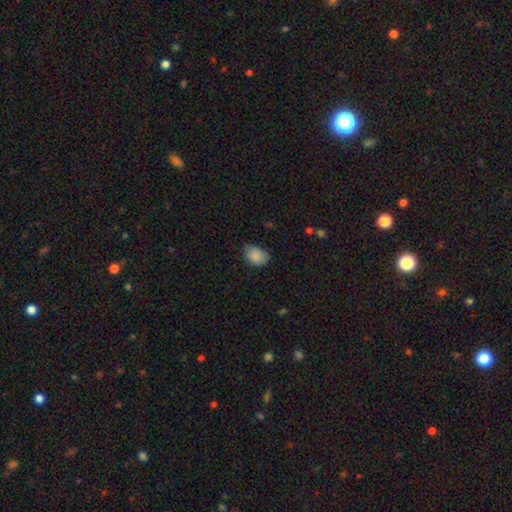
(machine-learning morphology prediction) A smooth galaxy with no disk features (86%) that is in between round and cigar-shaped (76%).

Vote fractions:
- Smooth or featured? smooth: 86% / star or artifact: 8% / featured or disk: 7%
- How rounded? in between: 76% / round: 23% / cigar-shaped: 1%
- Merging? none: 62% / minor disturbance: 31% / major disturbance: 5% / merger: 1%